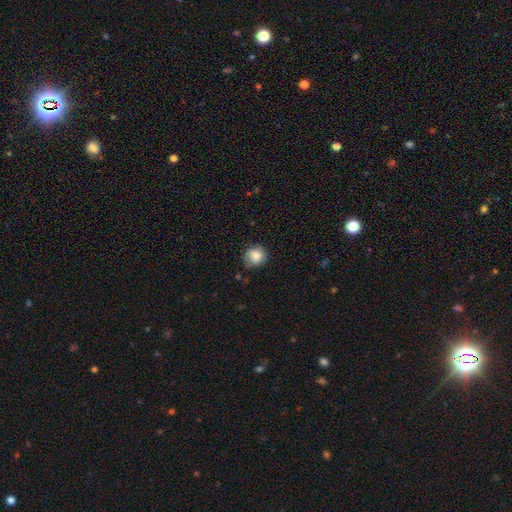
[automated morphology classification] A smooth galaxy with no disk features (84%) that is round (83%).

Vote fractions:
- Smooth or featured? smooth: 84% / star or artifact: 8% / featured or disk: 7%
- How rounded? round: 83% / in between: 16% / cigar-shaped: 1%
- Merging? none: 74% / minor disturbance: 20% / major disturbance: 4% / merger: 2%